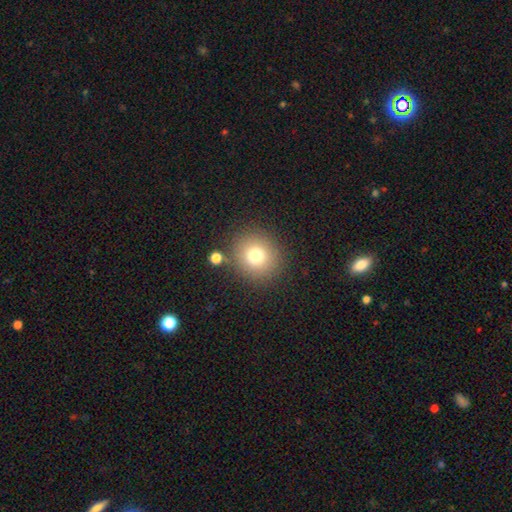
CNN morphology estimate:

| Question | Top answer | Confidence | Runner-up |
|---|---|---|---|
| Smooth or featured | smooth | 75% | star or artifact (14%) |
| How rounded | round | 88% | in between (11%) |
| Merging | none | 84% | minor disturbance (8%) |